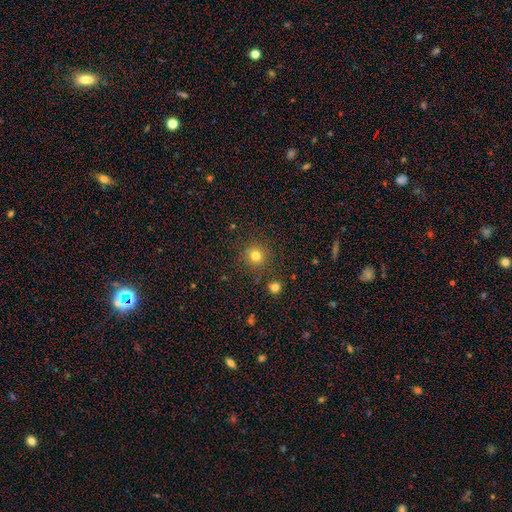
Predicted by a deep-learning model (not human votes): Smooth or featured? smooth (78%)
How rounded? round (93%)
Merging? none (85%)